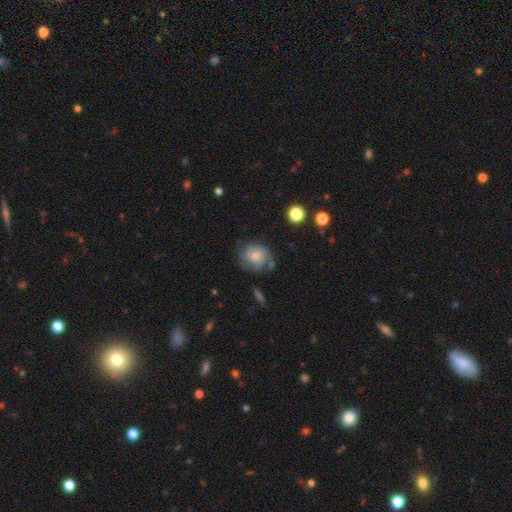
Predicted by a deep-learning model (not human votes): This appears to be a smooth galaxy with no disk features (48%). Merging: none (61%).